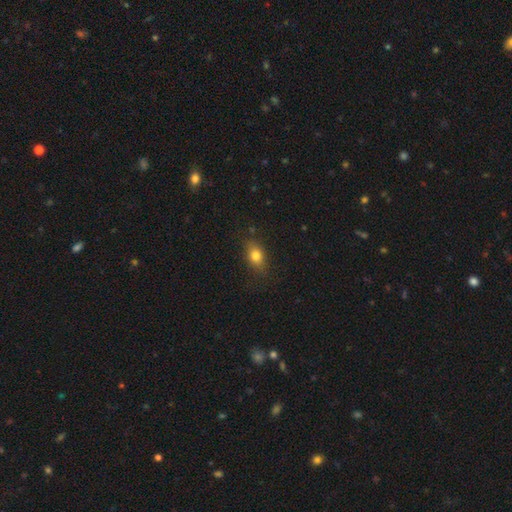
smooth_or_featured: smooth (p=0.82) [alt: featured or disk p=0.11]
how_rounded: in between (p=0.84) [alt: cigar-shaped p=0.10]
merging: none (p=0.71) [alt: minor disturbance p=0.23]